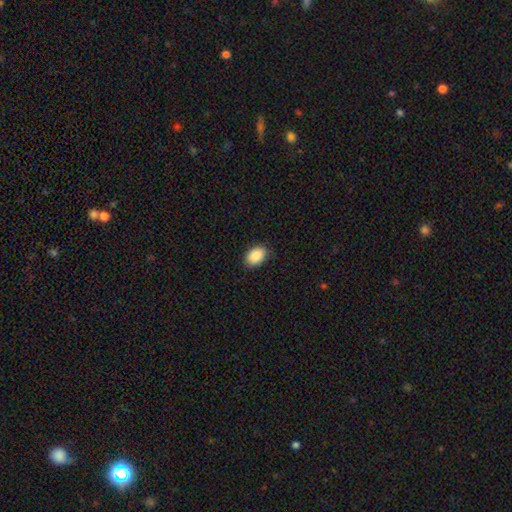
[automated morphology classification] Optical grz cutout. It shows a smooth galaxy with no disk features (89%) that is in between round and cigar-shaped (84%). Merging: none (87%).